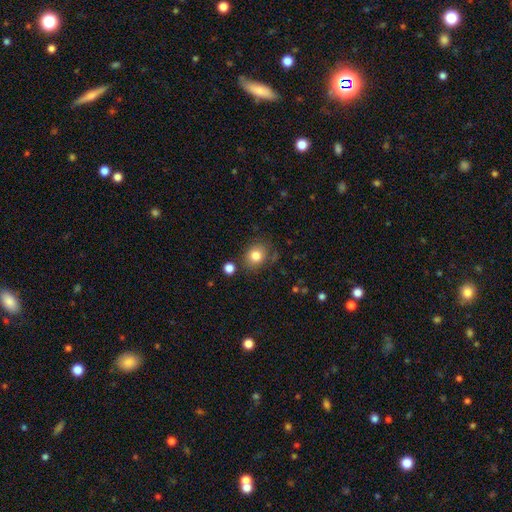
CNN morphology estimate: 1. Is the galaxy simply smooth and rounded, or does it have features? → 82% smooth, 10% star or artifact, 8% featured or disk.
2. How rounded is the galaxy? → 69% round, 30% in between, 1% cigar-shaped.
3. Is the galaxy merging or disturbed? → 76% none, 14% minor disturbance, 6% merger, 5% major disturbance.